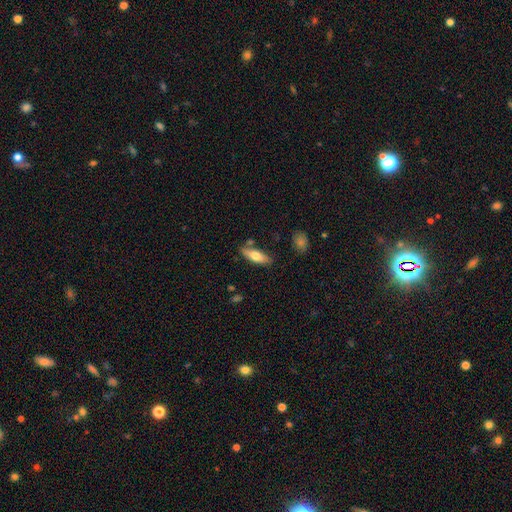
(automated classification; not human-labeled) Morphology: type=smooth (65%); roundness=in between (56%); merging=none (77%).